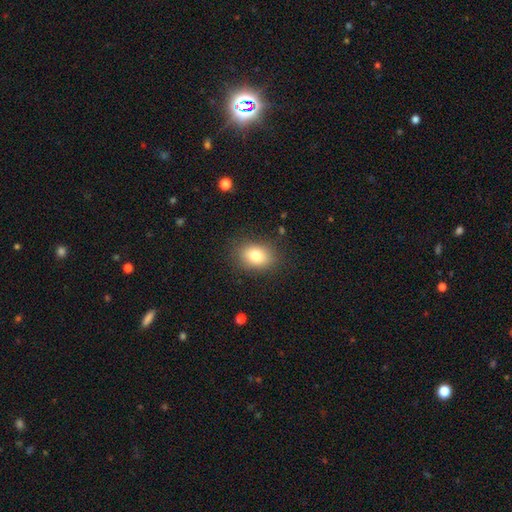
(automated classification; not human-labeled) Smooth or featured? smooth (80%)
How rounded? in between (68%)
Merging? none (84%)